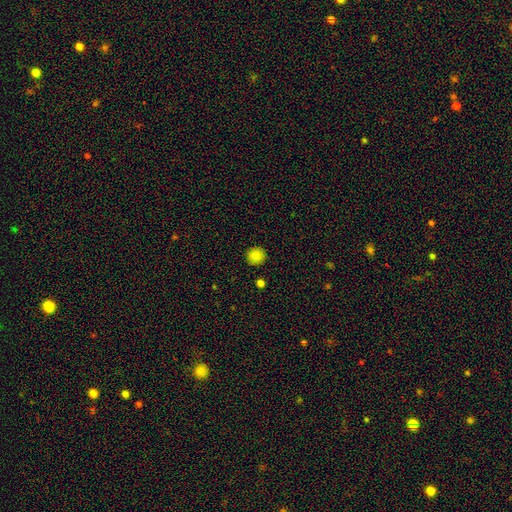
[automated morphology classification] A smooth galaxy with no disk features (86%) that is round (94%). Merging: none (91%).